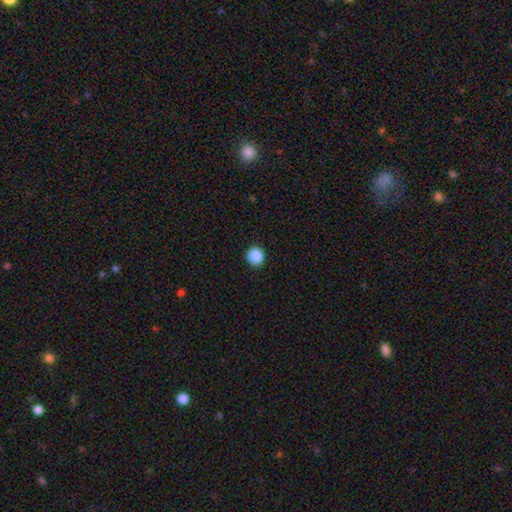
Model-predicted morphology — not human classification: The model was most divided on "smooth or featured": smooth: 88%, star or artifact: 10%, featured or disk: 3%. More confident: how rounded — round (92%); merging — none (90%).